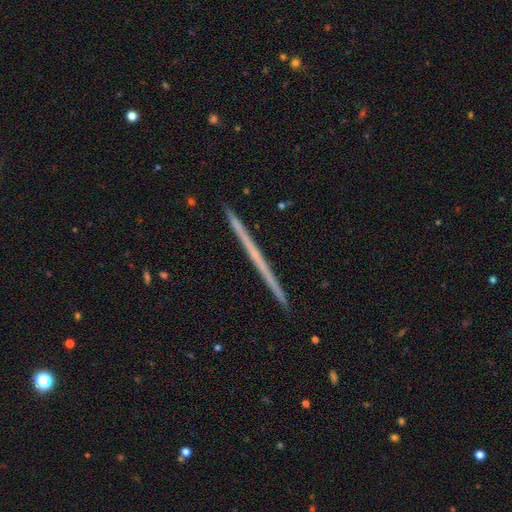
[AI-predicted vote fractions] The model was most divided on "smooth or featured": featured or disk: 64%, smooth: 30%, star or artifact: 6%. More confident: edge-on disk — yes (98%); merging — none (93%); edge-on bulge — none (89%).